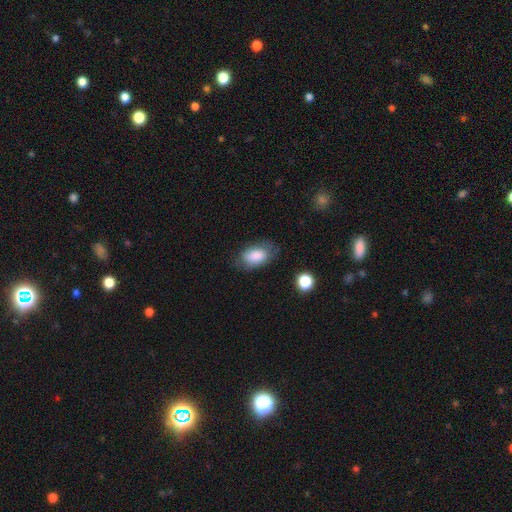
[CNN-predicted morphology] smooth-or-featured: smooth: 84% | featured or disk: 9% | star or artifact: 7%
  how-rounded: in between: 92% | round: 6% | cigar-shaped: 2%
  merging: none: 70% | minor disturbance: 21% | major disturbance: 7% | merger: 2%